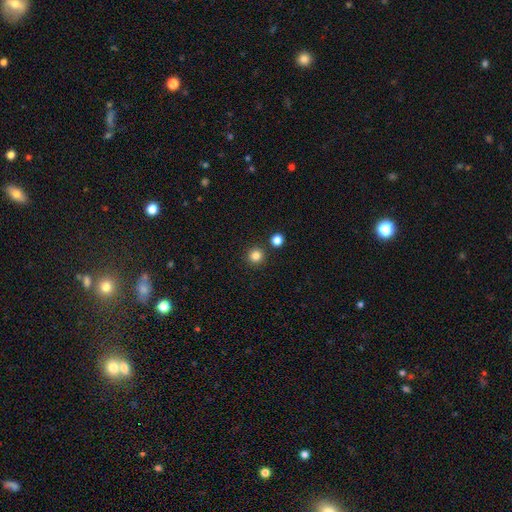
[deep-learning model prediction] A smooth galaxy with no disk features (83%) that is round (95%). Merging: none (88%).